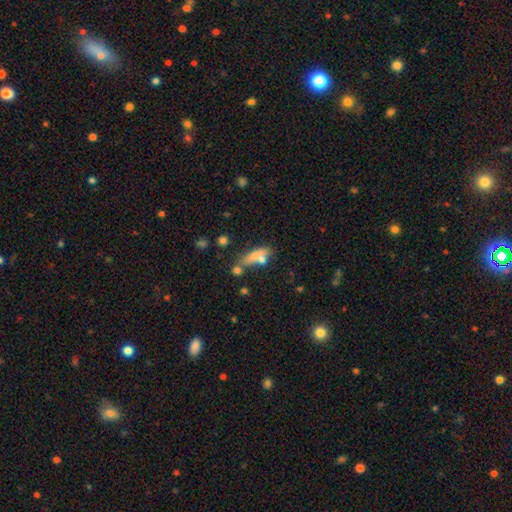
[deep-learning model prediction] smooth_or_featured: smooth (p=0.68) [alt: featured or disk p=0.21]
how_rounded: cigar-shaped (p=0.50) [alt: in between p=0.44]
merging: none (p=0.49) [alt: merger p=0.22]